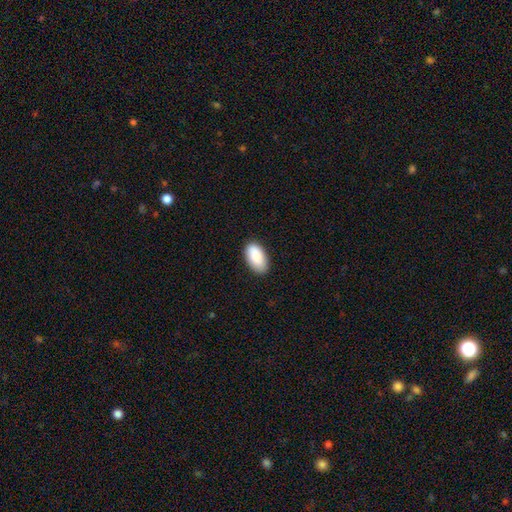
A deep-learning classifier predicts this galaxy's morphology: Smooth or featured?
  - smooth: 90% *
  - star or artifact: 6%
  - featured or disk: 4%
How rounded?
  - in between: 95% *
  - round: 3%
  - cigar-shaped: 2%
Merging?
  - none: 83% *
  - minor disturbance: 13%
  - major disturbance: 2%
  - merger: 1%